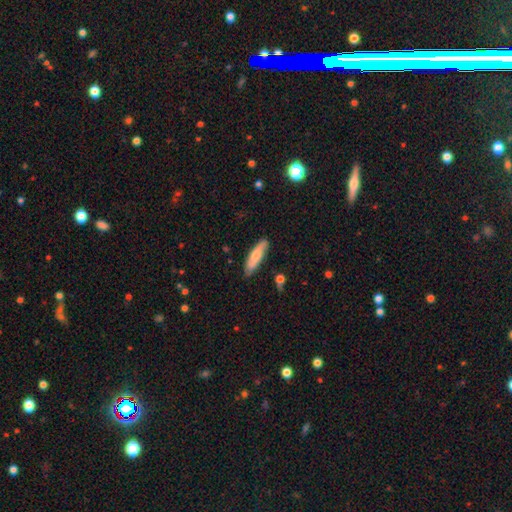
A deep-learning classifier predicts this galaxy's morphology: The model was most divided on "how rounded": cigar-shaped: 66%, in between: 32%, round: 2%. More confident: merging — none (82%); smooth or featured — smooth (68%).